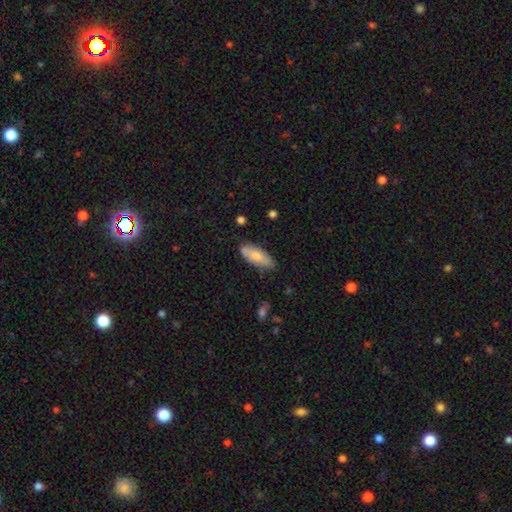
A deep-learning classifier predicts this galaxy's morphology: A smooth galaxy with no disk features (75%) that is in between round and cigar-shaped (75%). Merging: none (70%).